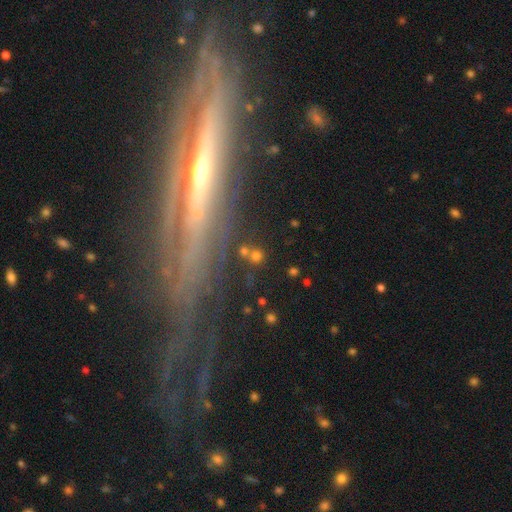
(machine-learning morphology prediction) The model was most divided on "smooth or featured": smooth: 67%, star or artifact: 23%, featured or disk: 10%. More confident: how rounded — round (90%); merging — none (76%).